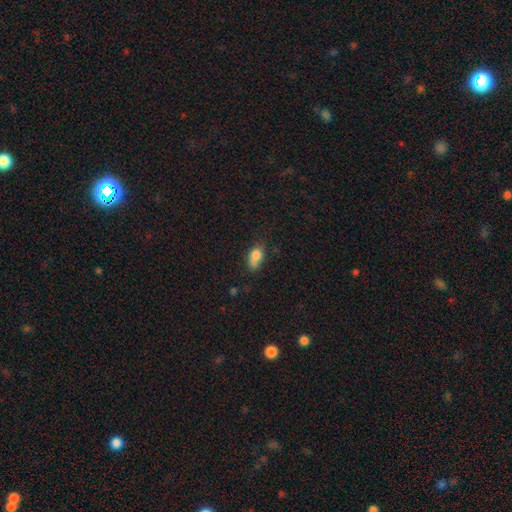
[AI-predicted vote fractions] Smooth or featured?
  - smooth: 80% *
  - featured or disk: 11%
  - star or artifact: 9%
How rounded?
  - in between: 80% *
  - round: 16%
  - cigar-shaped: 4%
Merging?
  - none: 47% *
  - minor disturbance: 33%
  - major disturbance: 11%
  - merger: 10%